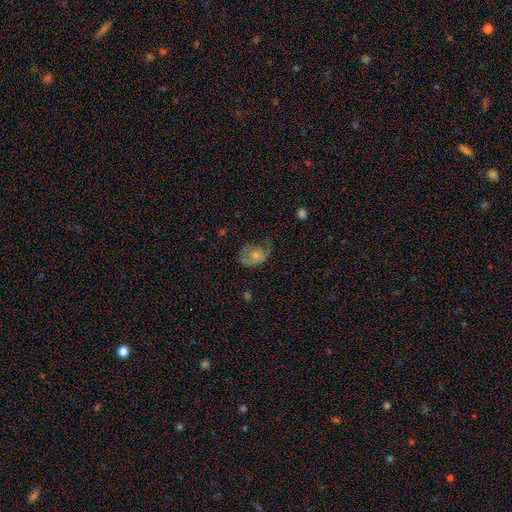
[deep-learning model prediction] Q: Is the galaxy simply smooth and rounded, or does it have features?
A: smooth — 54%.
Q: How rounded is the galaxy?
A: in between — 67%.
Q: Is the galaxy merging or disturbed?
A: major disturbance — 37%.